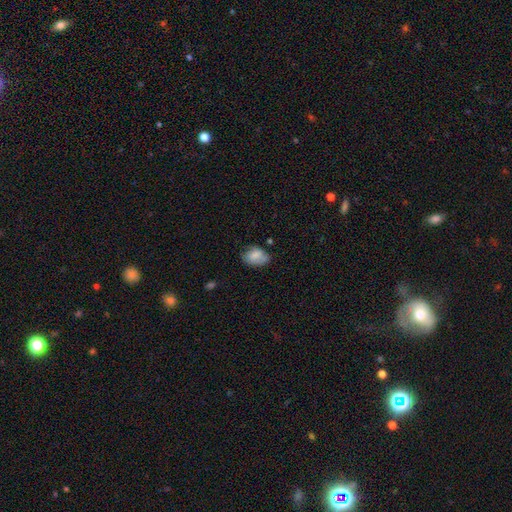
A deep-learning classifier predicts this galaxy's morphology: smooth 77%, featured or disk 15%, star or artifact 8%. Down the decision tree: how rounded — in between (80%); merging — none (54%).